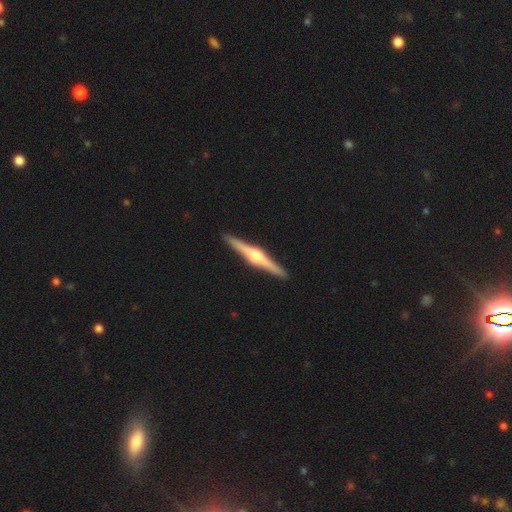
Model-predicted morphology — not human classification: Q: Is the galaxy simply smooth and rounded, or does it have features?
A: featured or disk — 83%.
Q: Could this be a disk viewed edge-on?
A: yes — 99%.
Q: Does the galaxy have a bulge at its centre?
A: rounded — 91%.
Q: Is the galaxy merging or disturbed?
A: none — 93%.